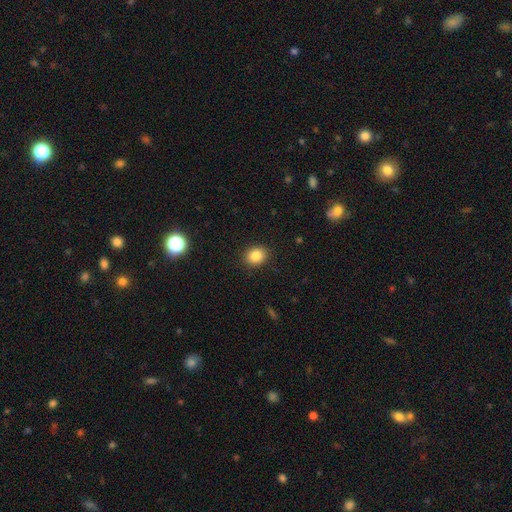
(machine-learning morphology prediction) Smooth or featured: smooth — 85% (star or artifact — 10%)
How rounded: round — 61% (in between — 38%)
Merging: none — 89% (minor disturbance — 7%)